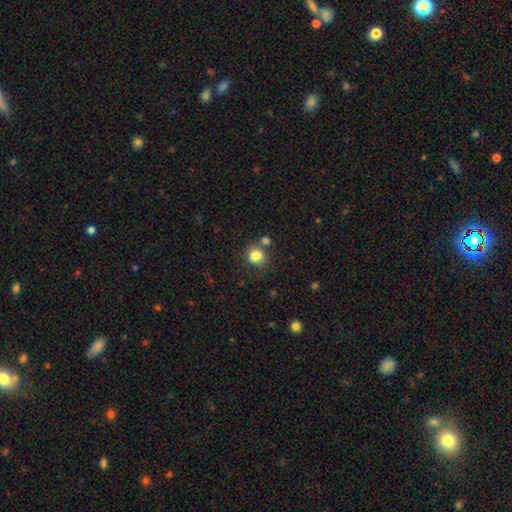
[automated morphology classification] Q: Smooth or featured?
A: smooth (83%); runner-up: star or artifact (10%)
Q: How rounded?
A: round (77%); runner-up: in between (22%)
Q: Merging?
A: none (66%); runner-up: merger (15%)